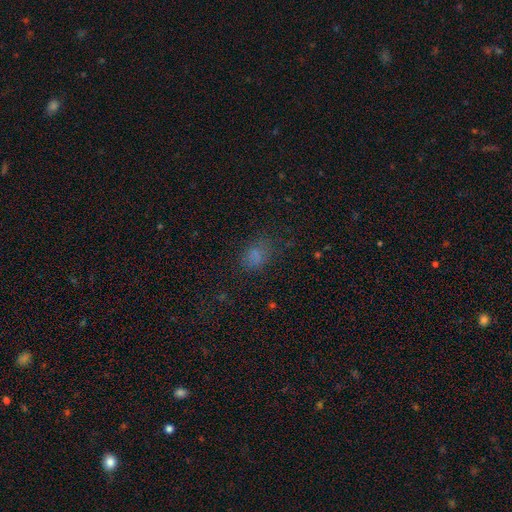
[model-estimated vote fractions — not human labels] Q: Smooth or featured?
A: smooth (69%); runner-up: star or artifact (21%)
Q: How rounded?
A: in between (69%); runner-up: round (29%)
Q: Merging?
A: none (62%); runner-up: minor disturbance (22%)